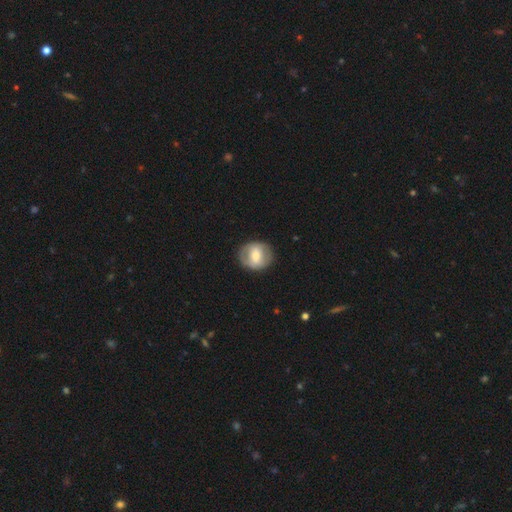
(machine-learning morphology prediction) smooth 50%, featured or disk 44%, star or artifact 6%. Down the decision tree: merging — none (82%).